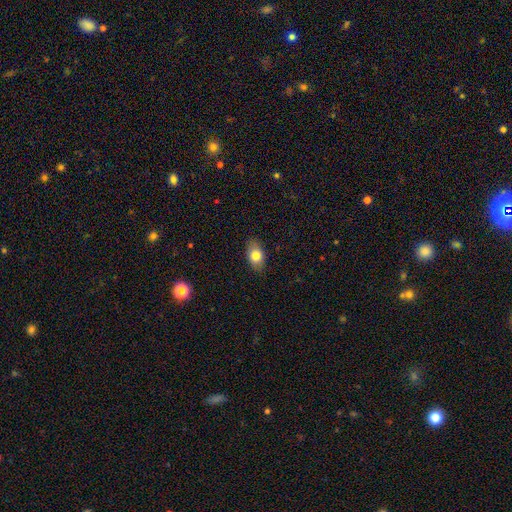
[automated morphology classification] A smooth galaxy with no disk features (80%) that is in between round and cigar-shaped (85%). Merging: none (85%).